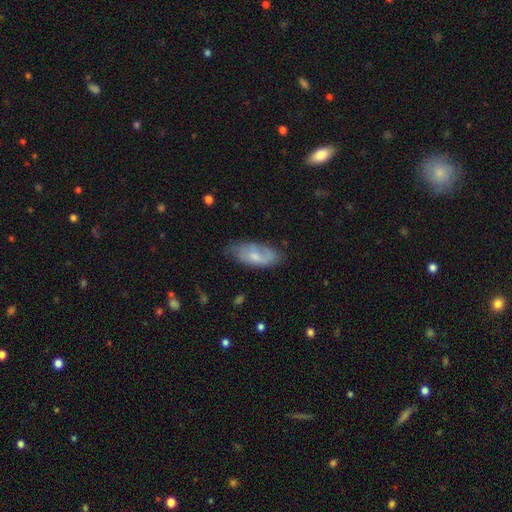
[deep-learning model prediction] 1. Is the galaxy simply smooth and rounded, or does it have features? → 54% smooth, 39% featured or disk, 7% star or artifact.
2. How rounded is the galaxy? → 87% in between, 10% cigar-shaped, 3% round.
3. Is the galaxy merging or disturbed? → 59% none, 30% minor disturbance, 9% major disturbance, 2% merger.